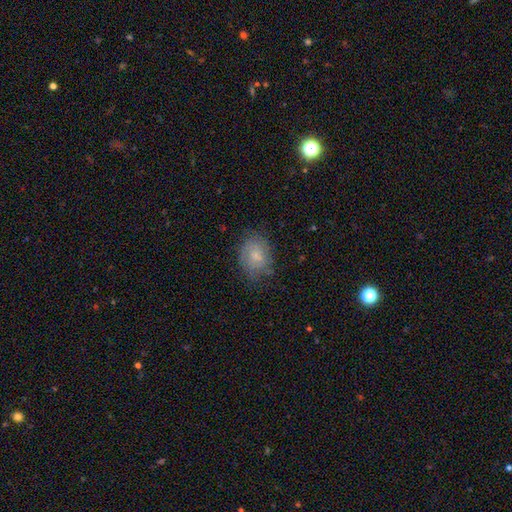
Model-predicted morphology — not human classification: This is likely a smooth galaxy (64%). How rounded: likely in between (64%). Merging: likely none (67%).